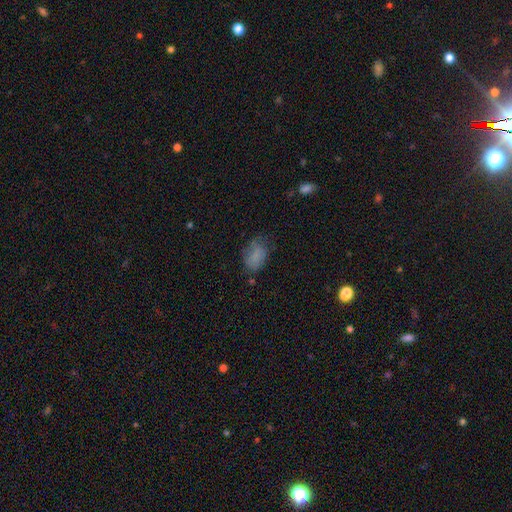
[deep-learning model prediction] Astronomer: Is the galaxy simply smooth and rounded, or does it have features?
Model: smooth — 78%.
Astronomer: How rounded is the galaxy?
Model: in between — 86%.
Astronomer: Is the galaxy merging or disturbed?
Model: none — 57%.